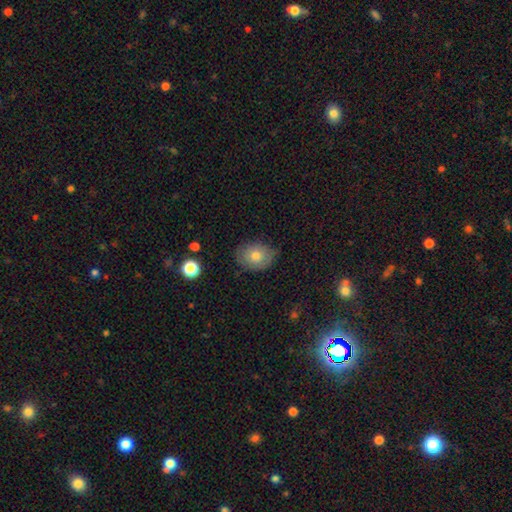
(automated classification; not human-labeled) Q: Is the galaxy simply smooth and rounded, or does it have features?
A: smooth — 75%.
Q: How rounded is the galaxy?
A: in between — 52%.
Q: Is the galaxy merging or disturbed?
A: none — 71%.